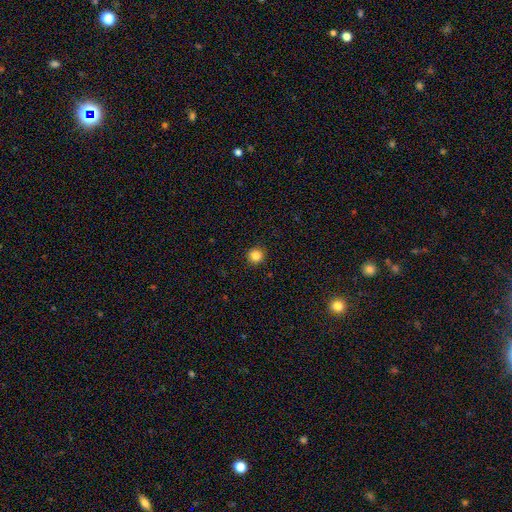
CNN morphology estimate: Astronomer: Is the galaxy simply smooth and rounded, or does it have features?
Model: smooth — 84%.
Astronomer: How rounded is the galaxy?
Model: round — 96%.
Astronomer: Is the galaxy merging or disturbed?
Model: none — 93%.